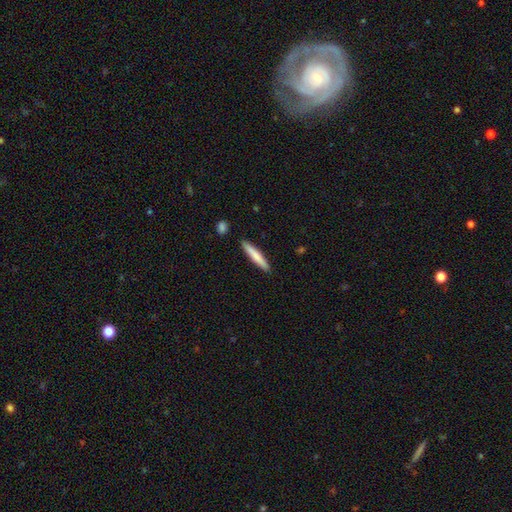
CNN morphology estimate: Smooth or featured: smooth — 76% (featured or disk — 19%)
How rounded: cigar-shaped — 93% (in between — 6%)
Merging: none — 90% (minor disturbance — 7%)